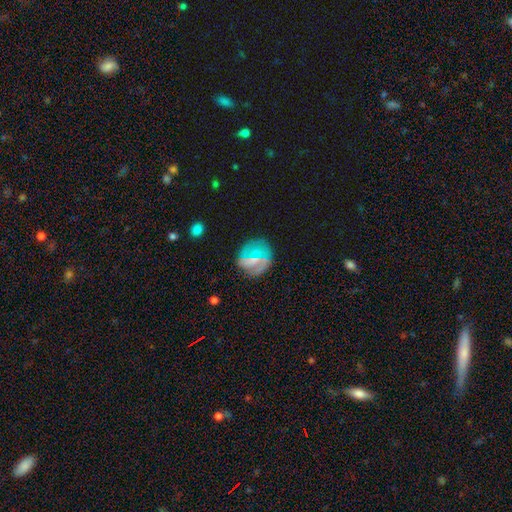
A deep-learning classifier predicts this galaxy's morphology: type=featured or disk (44%); merging=none (68%).